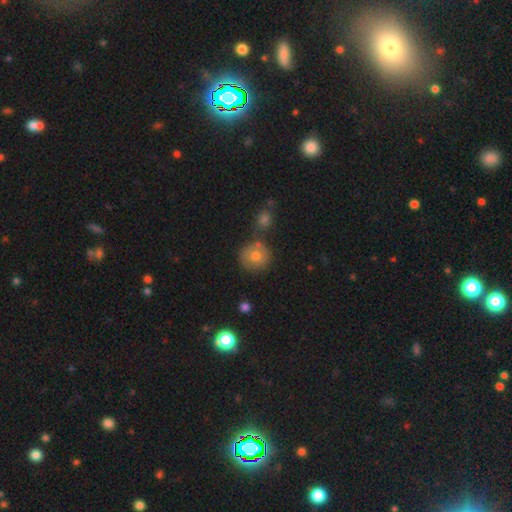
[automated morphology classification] smooth-or-featured: smooth: 74% | featured or disk: 14% | star or artifact: 13%
  how-rounded: round: 90% | in between: 9% | cigar-shaped: 1%
  merging: none: 70% | merger: 15% | minor disturbance: 12% | major disturbance: 3%